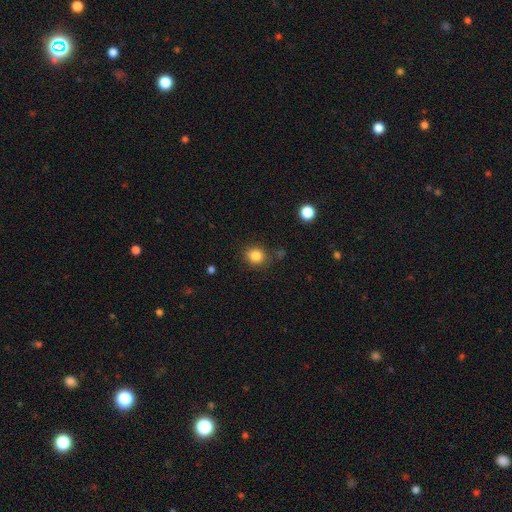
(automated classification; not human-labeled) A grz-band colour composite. It shows a smooth galaxy with no disk features (84%) that is round (82%). Merging: none (81%).